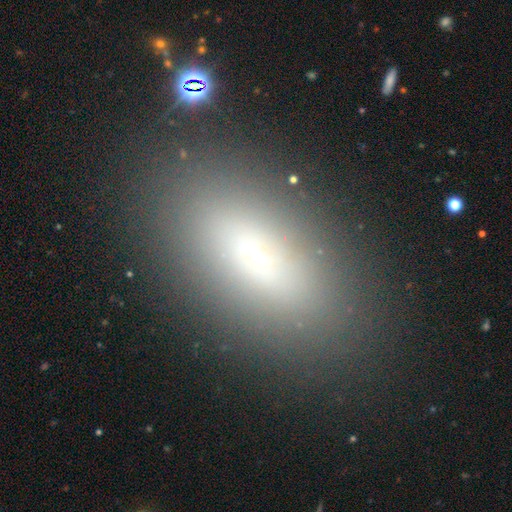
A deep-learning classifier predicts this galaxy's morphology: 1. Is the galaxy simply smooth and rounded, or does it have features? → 66% smooth, 19% featured or disk, 16% star or artifact.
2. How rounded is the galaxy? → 82% in between, 12% cigar-shaped, 7% round.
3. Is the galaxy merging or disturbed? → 84% none, 10% minor disturbance, 4% major disturbance, 2% merger.